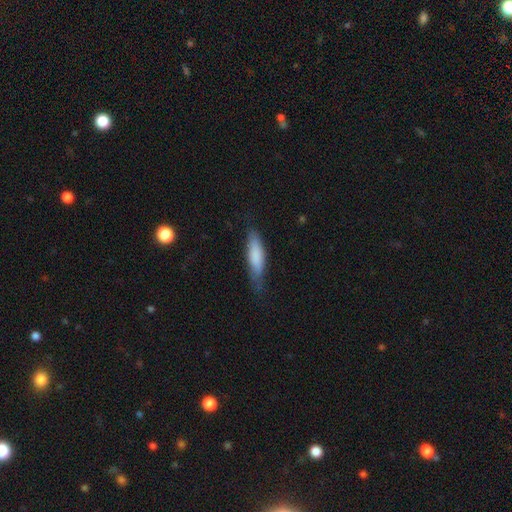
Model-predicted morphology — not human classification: This appears to be a smooth galaxy with no disk features (79%) that is cigar-shaped (62%). Merging: none (67%).